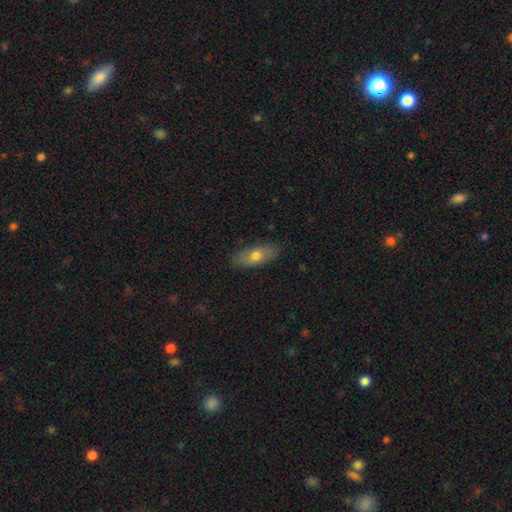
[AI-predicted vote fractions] A smooth galaxy with no disk features (67%) that is in between round and cigar-shaped (72%).

Vote fractions:
- Smooth or featured? smooth: 67% / featured or disk: 26% / star or artifact: 7%
- How rounded? in between: 72% / cigar-shaped: 24% / round: 4%
- Merging? none: 86% / minor disturbance: 11% / major disturbance: 2% / merger: 1%